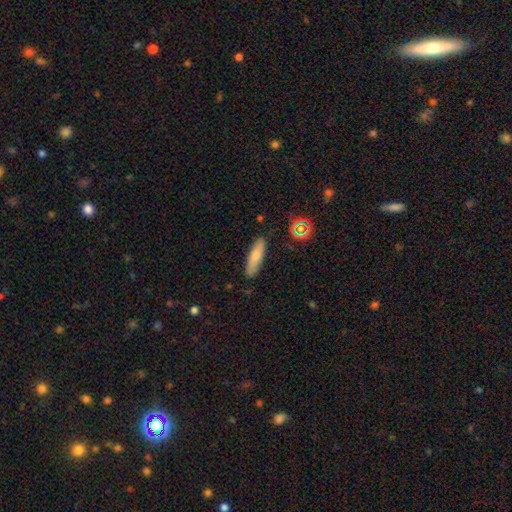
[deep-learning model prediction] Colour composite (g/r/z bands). It shows a smooth galaxy with no disk features (72%) that is cigar-shaped (68%). Merging: none (85%).